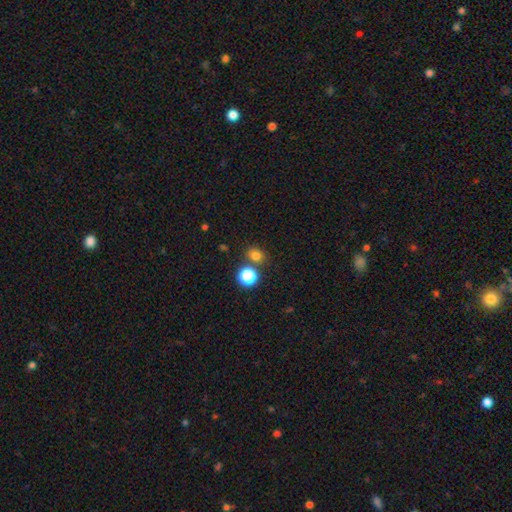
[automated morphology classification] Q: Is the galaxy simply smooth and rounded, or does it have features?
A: smooth — 75%.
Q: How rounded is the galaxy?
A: round — 69%.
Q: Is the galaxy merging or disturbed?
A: none — 75%.